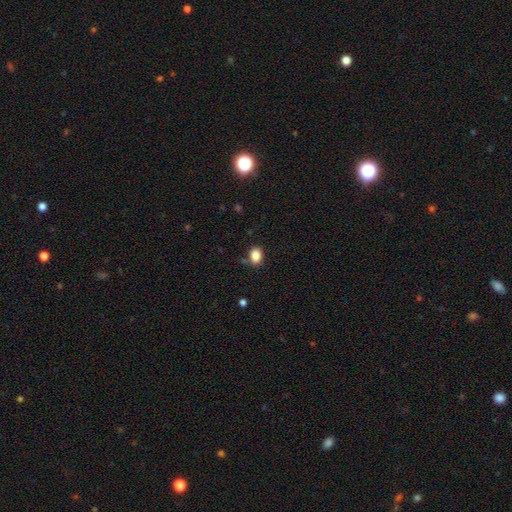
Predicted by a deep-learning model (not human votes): Smooth or featured? smooth (86%)
How rounded? in between (67%)
Merging? none (81%)